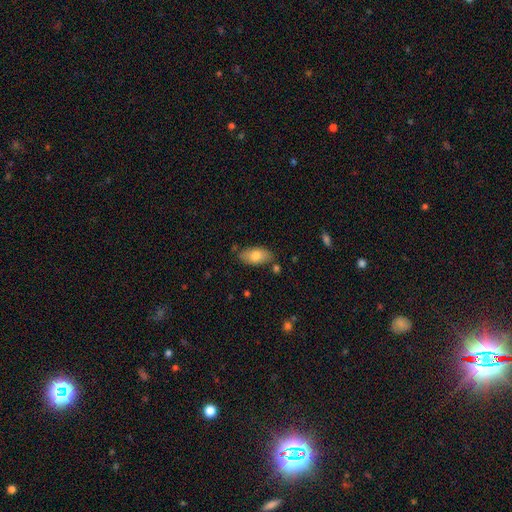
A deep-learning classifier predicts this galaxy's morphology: smooth-or-featured: smooth: 77% | featured or disk: 16% | star or artifact: 7%
  how-rounded: in between: 91% | cigar-shaped: 6% | round: 4%
  merging: none: 78% | minor disturbance: 15% | merger: 4% | major disturbance: 3%